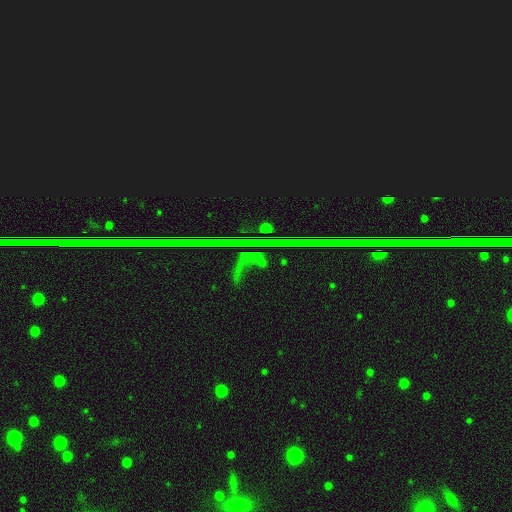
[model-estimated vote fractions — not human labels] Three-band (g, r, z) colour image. It shows a star or artifact, not a galaxy (65%).